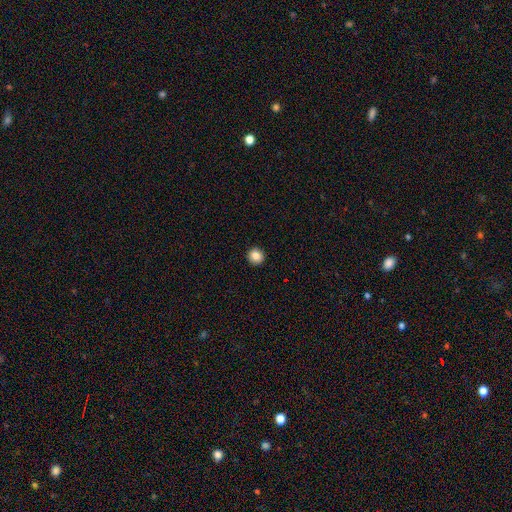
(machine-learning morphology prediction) Smooth or featured: smooth — 86% (star or artifact — 10%)
How rounded: round — 94% (in between — 5%)
Merging: none — 93% (minor disturbance — 4%)